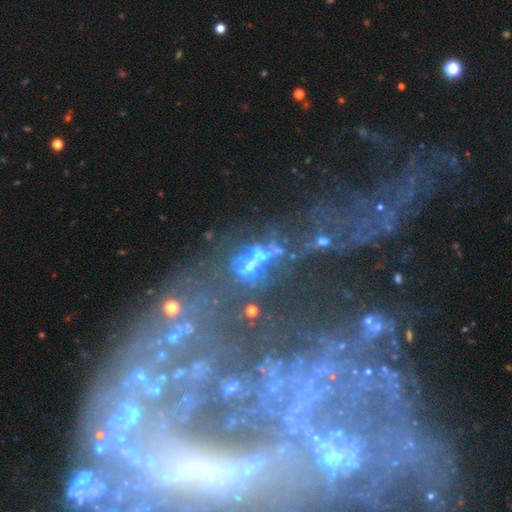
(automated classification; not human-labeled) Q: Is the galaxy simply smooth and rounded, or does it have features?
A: featured or disk — 50%.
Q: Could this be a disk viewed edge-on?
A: no — 93%.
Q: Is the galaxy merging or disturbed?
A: merger — 36%.